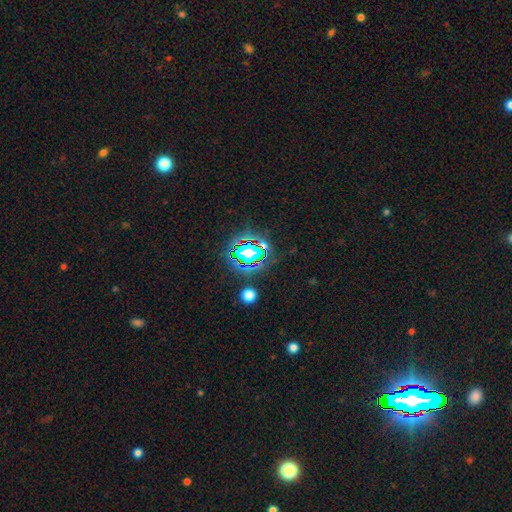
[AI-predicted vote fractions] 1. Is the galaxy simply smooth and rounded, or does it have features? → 82% star or artifact, 10% smooth, 7% featured or disk.